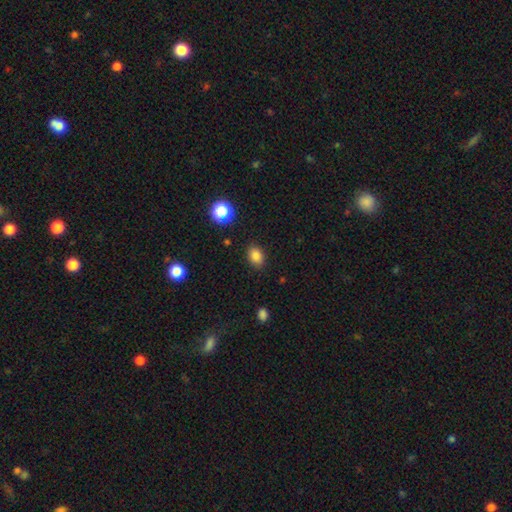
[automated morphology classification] This appears to be a smooth galaxy with no disk features (83%) that is in between round and cigar-shaped (72%). Merging: none (85%).